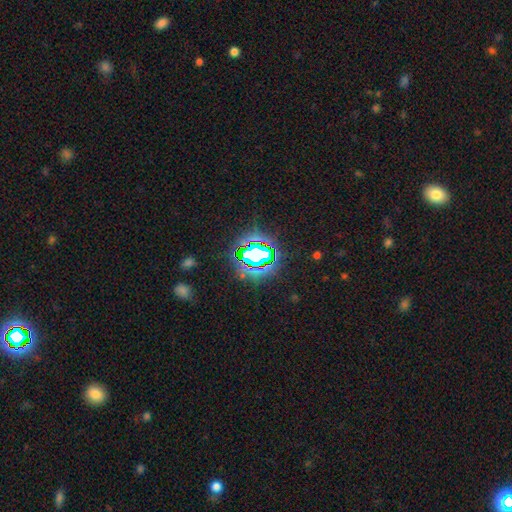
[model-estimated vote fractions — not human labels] A star or artifact, not a galaxy (71%).

Vote fractions:
- Smooth or featured? star or artifact: 71% / smooth: 17% / featured or disk: 12%